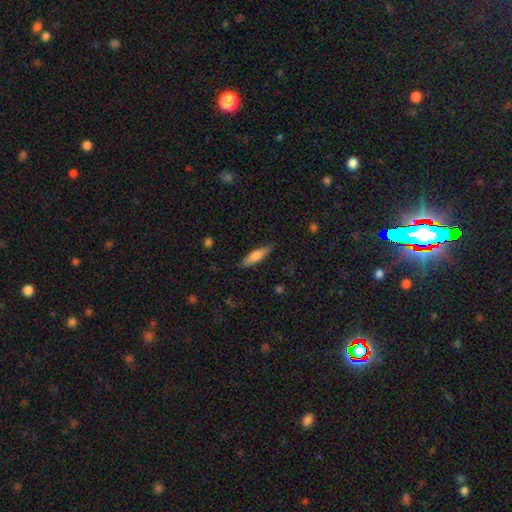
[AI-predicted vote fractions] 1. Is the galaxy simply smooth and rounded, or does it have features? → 72% smooth, 22% featured or disk, 6% star or artifact.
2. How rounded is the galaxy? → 68% cigar-shaped, 31% in between, 2% round.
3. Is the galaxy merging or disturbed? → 86% none, 11% minor disturbance, 2% major disturbance, 1% merger.